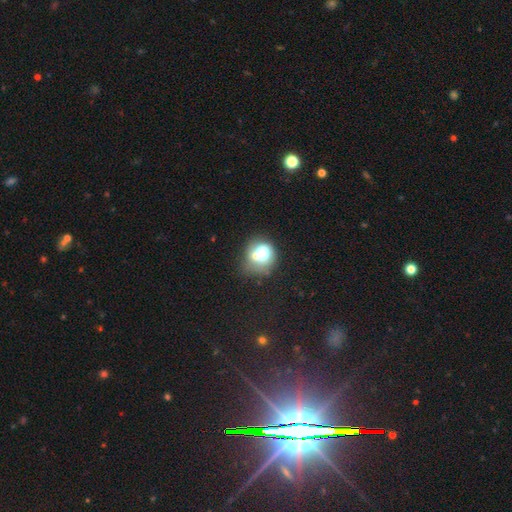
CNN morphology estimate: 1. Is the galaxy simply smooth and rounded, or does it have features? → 65% smooth, 23% featured or disk, 11% star or artifact.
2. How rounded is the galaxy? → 73% round, 26% in between, 1% cigar-shaped.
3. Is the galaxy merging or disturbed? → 45% merger, 34% none, 13% minor disturbance, 8% major disturbance.